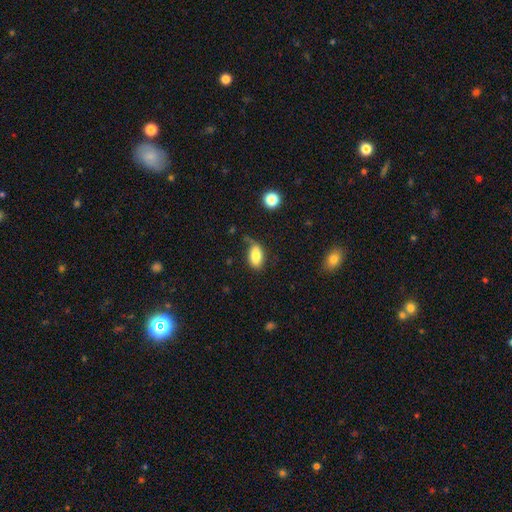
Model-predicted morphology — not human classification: A smooth galaxy with no disk features (82%) that is in between round and cigar-shaped (90%).

Vote fractions:
- Smooth or featured? smooth: 82% / featured or disk: 10% / star or artifact: 8%
- How rounded? in between: 90% / round: 5% / cigar-shaped: 5%
- Merging? none: 62% / minor disturbance: 26% / major disturbance: 7% / merger: 4%